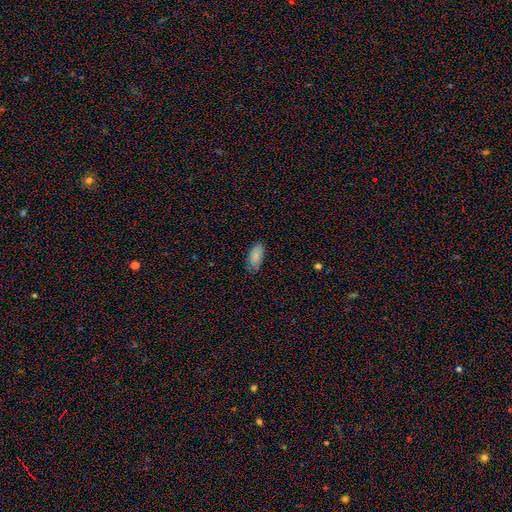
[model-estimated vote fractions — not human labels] The model was most divided on "merging": none: 78%, minor disturbance: 17%, major disturbance: 3%, merger: 1%. More confident: how rounded — in between (93%); smooth or featured — smooth (85%).